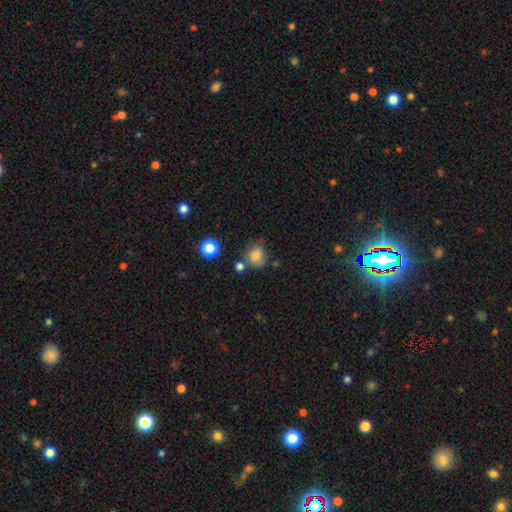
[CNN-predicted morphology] Smooth or featured? smooth (77%)
How rounded? round (72%)
Merging? none (59%)